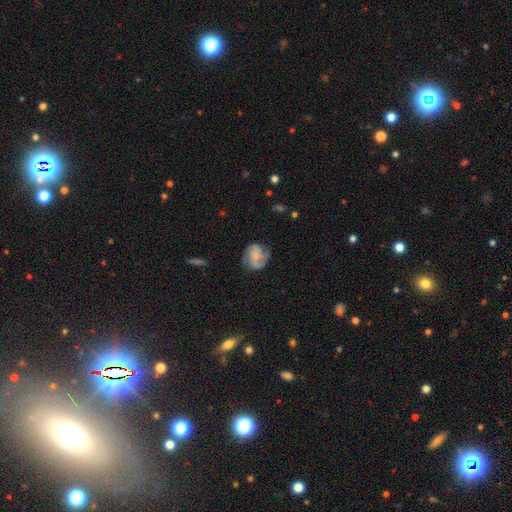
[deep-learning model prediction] The model was most divided on "spiral winding": medium: 45%, tight: 35%, loose: 20%. Remaining: edge-on disk — no (98%); spiral arms — yes (94%); smooth or featured — featured or disk (69%); merging — none (67%); spiral arm count — 2 (67%); bar — no (64%); bulge size — small (49%).